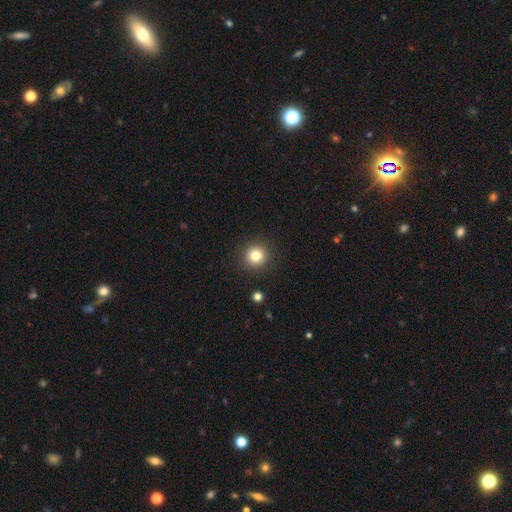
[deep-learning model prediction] Overall: smooth (81%). How rounded: round (95%). Merging: none (91%).